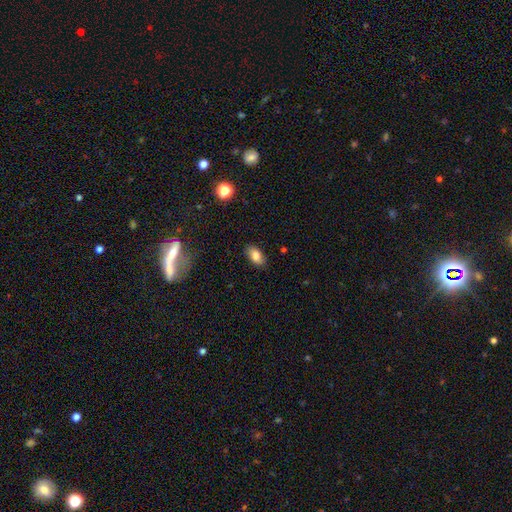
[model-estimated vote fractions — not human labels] A smooth galaxy with no disk features (83%) that is in between round and cigar-shaped (91%). Merging: none (85%).